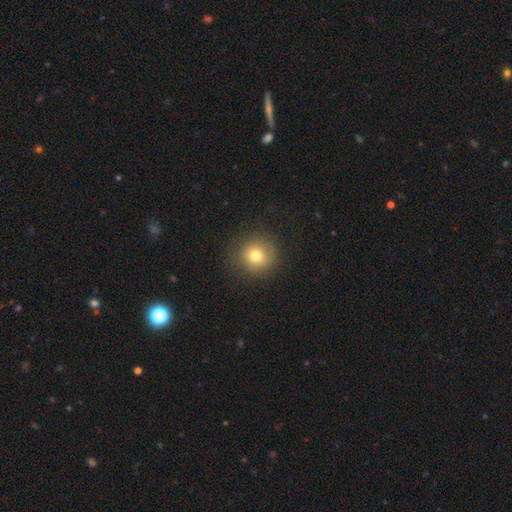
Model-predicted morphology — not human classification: smooth 76%, star or artifact 13%, featured or disk 11%. Down the decision tree: how rounded — round (93%); merging — none (85%).